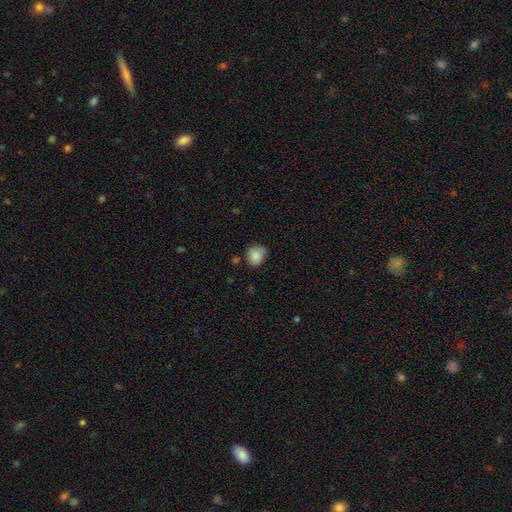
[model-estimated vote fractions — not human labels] Smooth or featured?
  - smooth: 80% *
  - featured or disk: 11%
  - star or artifact: 8%
How rounded?
  - round: 70% *
  - in between: 29%
  - cigar-shaped: 1%
Merging?
  - none: 62% *
  - minor disturbance: 29%
  - major disturbance: 6%
  - merger: 3%